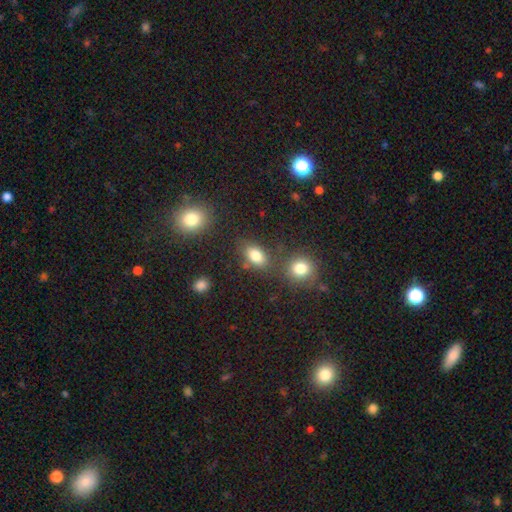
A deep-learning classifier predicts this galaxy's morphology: The model was most divided on "merging": none: 70%, merger: 14%, minor disturbance: 12%, major disturbance: 4%. More confident: smooth or featured — smooth (81%); how rounded — in between (81%).